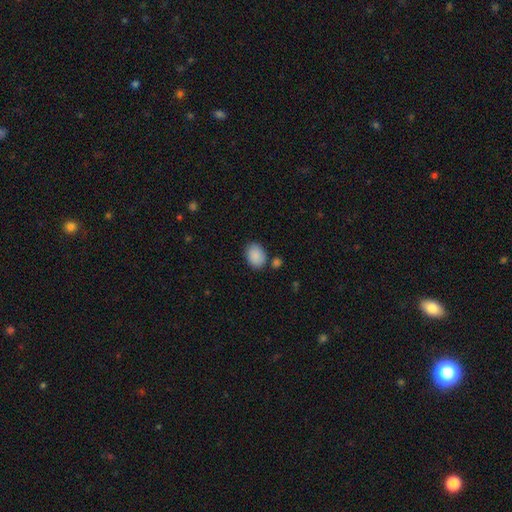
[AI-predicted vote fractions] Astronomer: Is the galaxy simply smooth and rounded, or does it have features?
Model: smooth — 89%.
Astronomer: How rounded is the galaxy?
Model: in between — 75%.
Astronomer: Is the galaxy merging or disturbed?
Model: none — 77%.